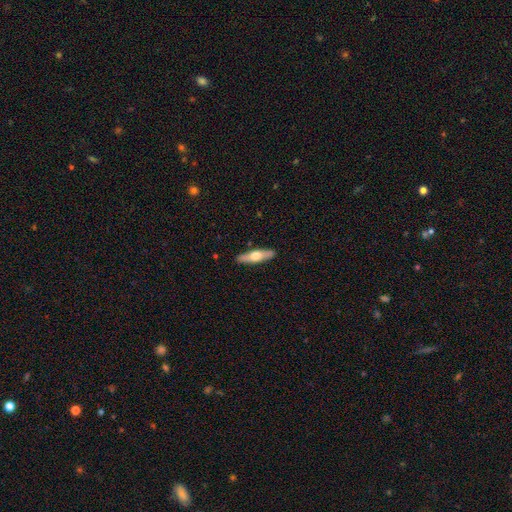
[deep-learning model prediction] This appears to be a smooth galaxy with no disk features (49%). Merging: none (90%).